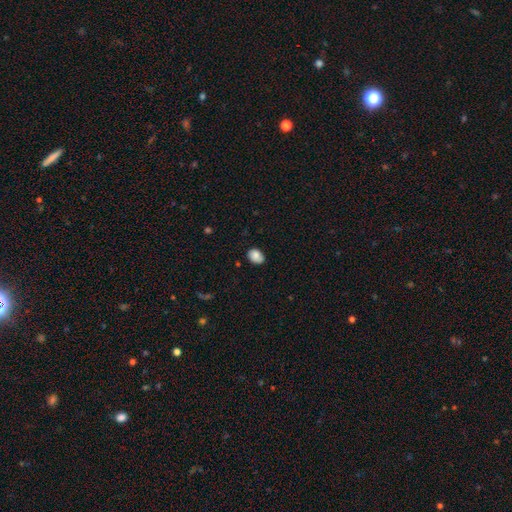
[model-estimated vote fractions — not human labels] Morphology: type=smooth (84%); roundness=in between (64%); merging=none (72%).